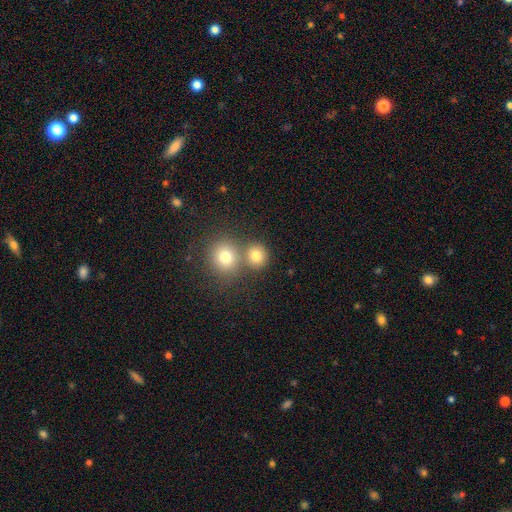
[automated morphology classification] smooth-or-featured: smooth: 78% | star or artifact: 13% | featured or disk: 8%
  how-rounded: round: 82% | in between: 17% | cigar-shaped: 1%
  merging: none: 59% | merger: 31% | minor disturbance: 7% | major disturbance: 3%